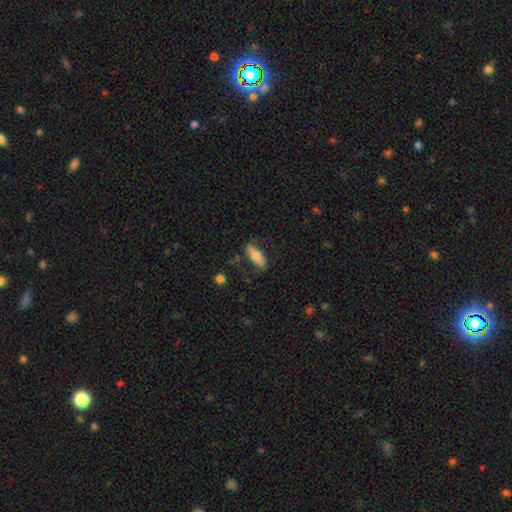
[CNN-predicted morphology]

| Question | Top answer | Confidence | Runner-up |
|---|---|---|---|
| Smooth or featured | smooth | 60% | featured or disk (34%) |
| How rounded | in between | 62% | cigar-shaped (35%) |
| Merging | none | 72% | minor disturbance (19%) |